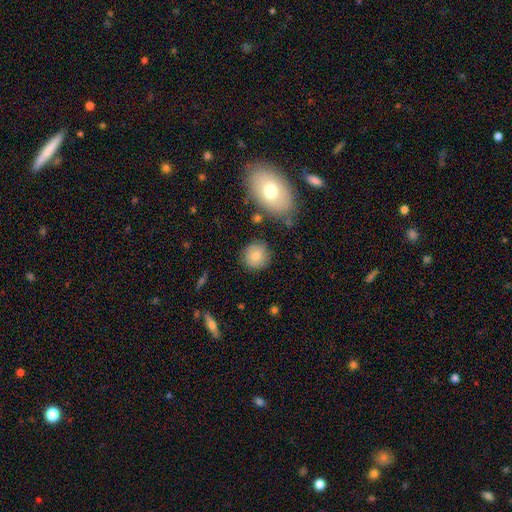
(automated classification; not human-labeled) smooth 81%, featured or disk 11%, star or artifact 8%. Down the decision tree: how rounded — round (88%); merging — none (82%).